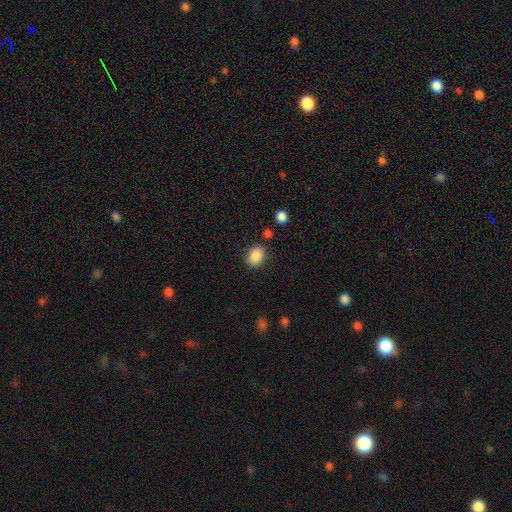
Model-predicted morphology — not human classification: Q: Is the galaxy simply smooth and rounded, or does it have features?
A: smooth — 88%.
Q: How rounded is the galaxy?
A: in between — 58%.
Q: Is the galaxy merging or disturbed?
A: none — 83%.